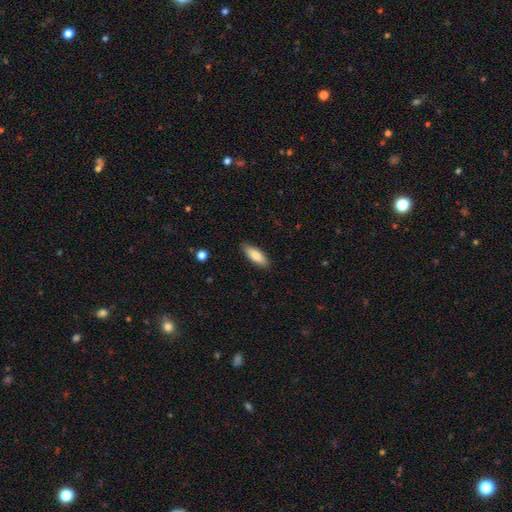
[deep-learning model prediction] Q: Smooth or featured?
A: smooth (84%); runner-up: featured or disk (10%)
Q: How rounded?
A: in between (69%); runner-up: cigar-shaped (30%)
Q: Merging?
A: none (86%); runner-up: minor disturbance (11%)